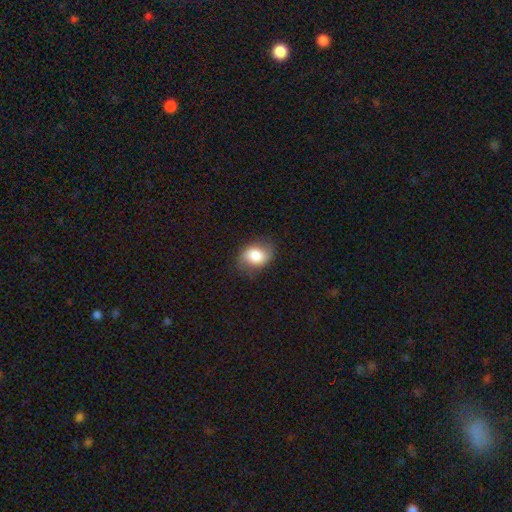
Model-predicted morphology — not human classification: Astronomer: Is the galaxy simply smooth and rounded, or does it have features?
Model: smooth — 80%.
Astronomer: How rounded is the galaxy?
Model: in between — 64%.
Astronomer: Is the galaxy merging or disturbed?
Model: none — 74%.